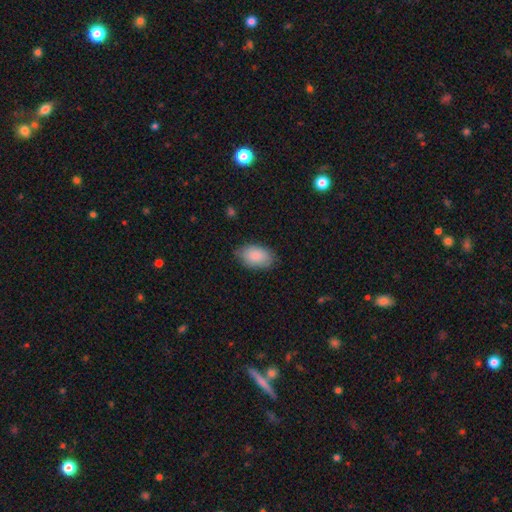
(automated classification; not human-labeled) smooth-or-featured: smooth: 87% | featured or disk: 7% | star or artifact: 6%
  how-rounded: in between: 91% | round: 8% | cigar-shaped: 1%
  merging: none: 78% | minor disturbance: 18% | major disturbance: 3% | merger: 1%